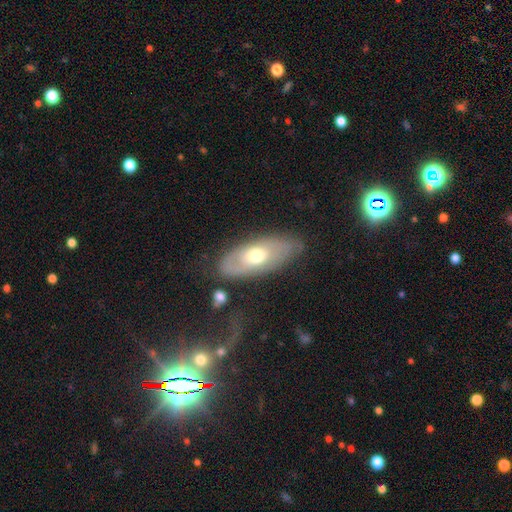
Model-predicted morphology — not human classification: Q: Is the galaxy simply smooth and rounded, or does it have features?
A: featured or disk — 49%.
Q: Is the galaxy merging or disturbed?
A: none — 74%.